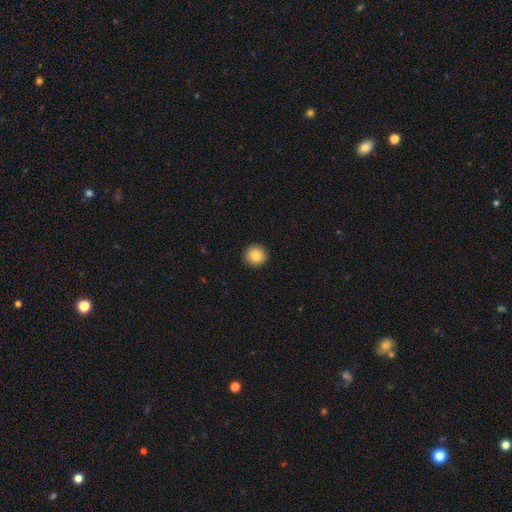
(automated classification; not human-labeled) Smooth or featured: smooth — 84% (star or artifact — 9%)
How rounded: round — 95% (in between — 4%)
Merging: none — 93% (minor disturbance — 5%)